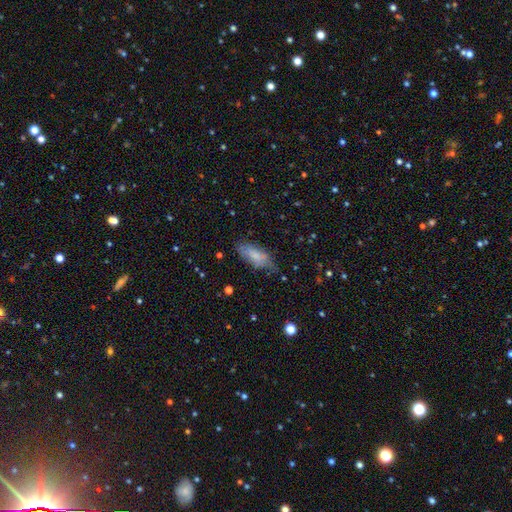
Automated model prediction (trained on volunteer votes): Smooth or featured?
  - smooth: 72% *
  - featured or disk: 20%
  - star or artifact: 8%
How rounded?
  - in between: 78% *
  - cigar-shaped: 20%
  - round: 2%
Merging?
  - none: 58% *
  - minor disturbance: 30%
  - major disturbance: 9%
  - merger: 2%